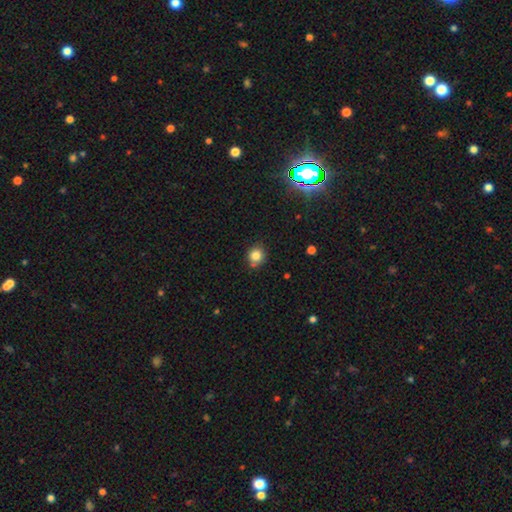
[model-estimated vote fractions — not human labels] Smooth or featured?
  - smooth: 82% *
  - star or artifact: 12%
  - featured or disk: 6%
How rounded?
  - round: 89% *
  - in between: 10%
  - cigar-shaped: 1%
Merging?
  - none: 76% *
  - minor disturbance: 13%
  - merger: 8%
  - major disturbance: 3%